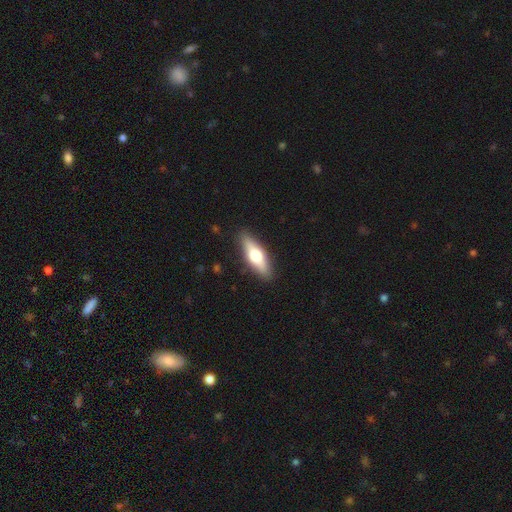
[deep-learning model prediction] The model was most divided on "how rounded": cigar-shaped: 50%, in between: 47%, round: 3%. More confident: merging — none (88%); smooth or featured — smooth (50%).